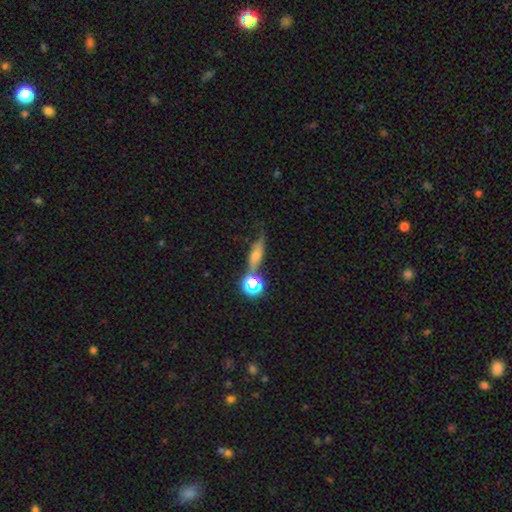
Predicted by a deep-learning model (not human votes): Smooth or featured: smooth — 47% (featured or disk — 34%)
Merging: none — 53% (minor disturbance — 24%)